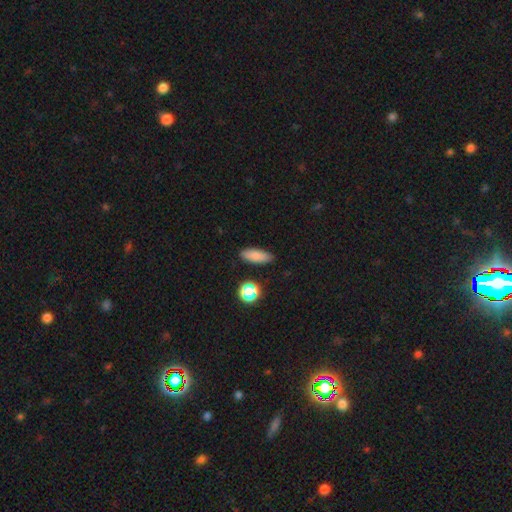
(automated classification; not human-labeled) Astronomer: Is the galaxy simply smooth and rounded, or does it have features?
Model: smooth — 83%.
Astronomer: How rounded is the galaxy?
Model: in between — 67%.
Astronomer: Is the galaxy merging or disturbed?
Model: none — 85%.